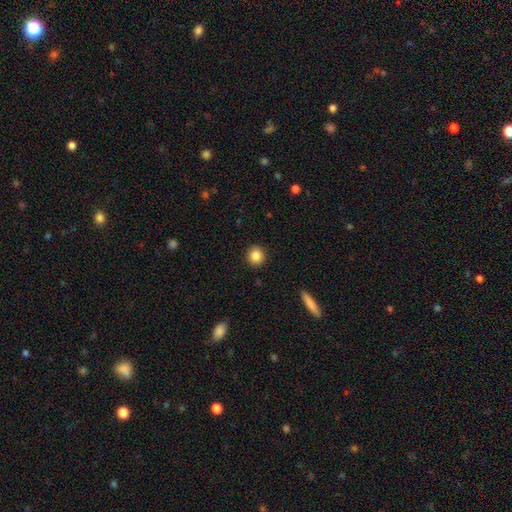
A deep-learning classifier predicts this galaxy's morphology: This appears to be a smooth galaxy with no disk features (85%) that is round (88%). Merging: none (92%).